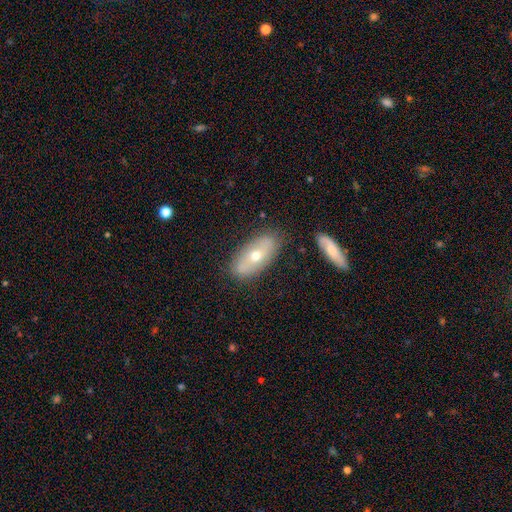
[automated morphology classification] A smooth galaxy with no disk features (51%) that is in between round and cigar-shaped (85%).

Vote fractions:
- Smooth or featured? smooth: 51% / featured or disk: 42% / star or artifact: 7%
- How rounded? in between: 85% / cigar-shaped: 11% / round: 4%
- Merging? none: 80% / minor disturbance: 13% / merger: 4% / major disturbance: 3%